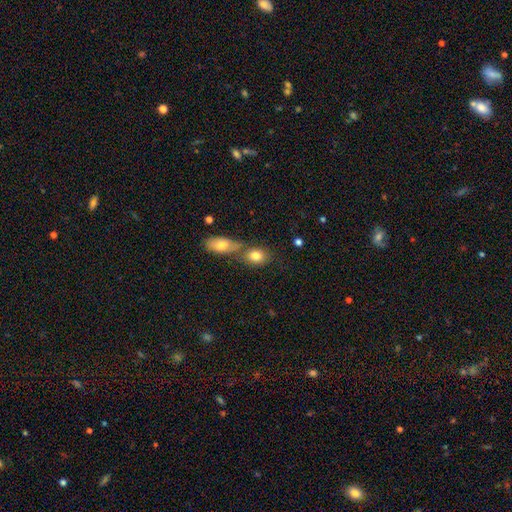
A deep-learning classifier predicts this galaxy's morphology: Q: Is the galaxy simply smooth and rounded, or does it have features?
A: smooth — 81%.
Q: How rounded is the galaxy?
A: in between — 65%.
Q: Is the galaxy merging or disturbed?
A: none — 46%.